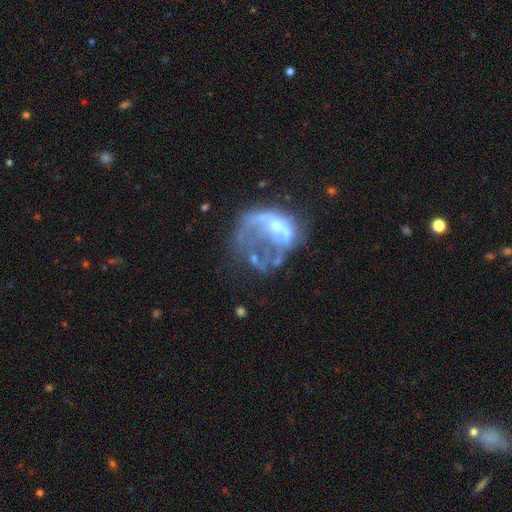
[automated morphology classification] Smooth or featured?
  - featured or disk: 64% *
  - smooth: 22%
  - star or artifact: 14%
Edge-on disk?
  - no: 97% *
  - yes: 3%
Bar?
  - no: 75% *
  - weak: 18%
  - strong: 7%
Spiral arms?
  - no: 79% *
  - yes: 21%
Bulge size?
  - small: 35% *
  - none: 30%
  - moderate: 29%
  - large: 4%
  - dominant: 2%
Merging?
  - major disturbance: 49% *
  - none: 22%
  - merger: 16%
  - minor disturbance: 13%